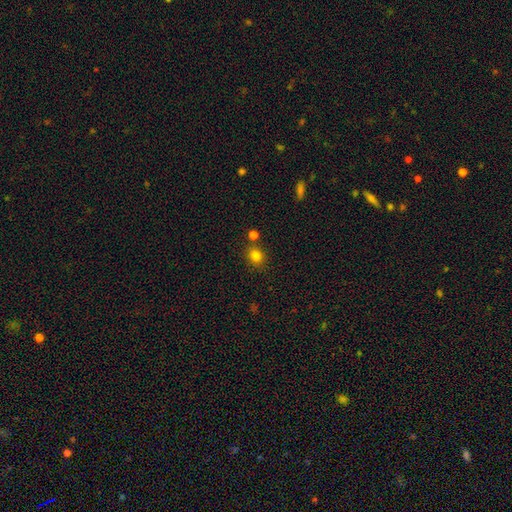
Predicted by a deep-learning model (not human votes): Morphology: type=smooth (81%); roundness=round (74%); merging=none (77%).